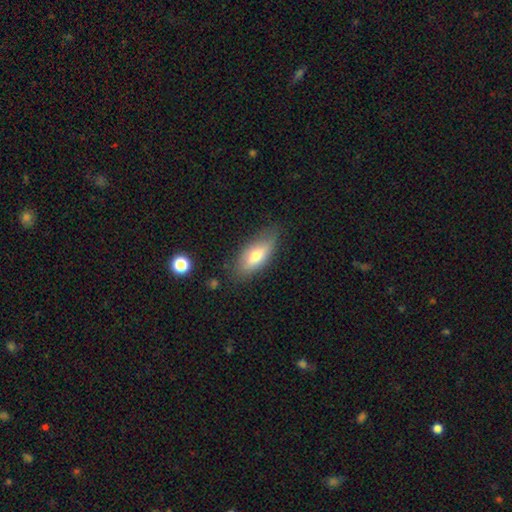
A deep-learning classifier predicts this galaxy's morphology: Smooth or featured? Predicted: smooth (p=0.67). How rounded? Predicted: in between (p=0.75). Merging? Predicted: none (p=0.76).